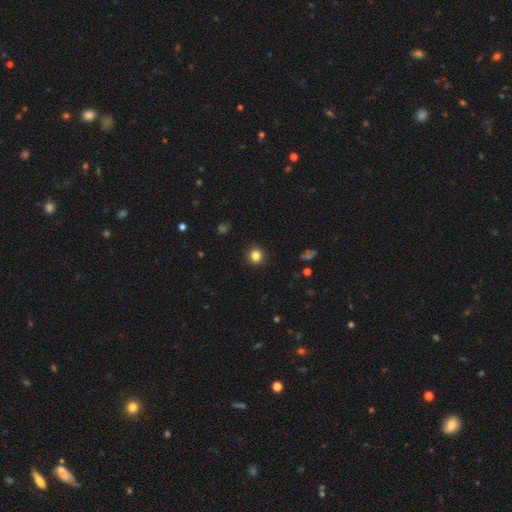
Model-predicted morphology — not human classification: This is clearly a smooth galaxy (83%). How rounded: clearly round (87%). Merging: clearly none (91%).